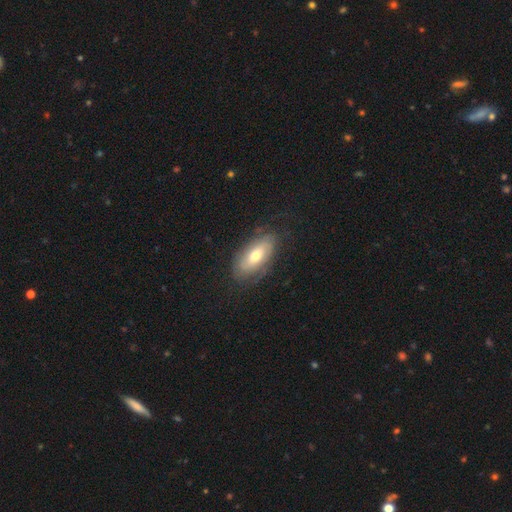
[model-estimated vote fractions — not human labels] smooth_or_featured: featured or disk (p=0.50) [alt: smooth p=0.43]
disk_edge_on: no (p=0.83) [alt: yes p=0.17]
merging: none (p=0.74) [alt: minor disturbance p=0.18]